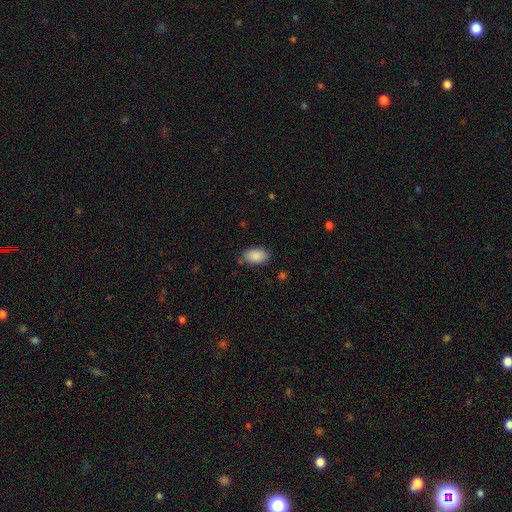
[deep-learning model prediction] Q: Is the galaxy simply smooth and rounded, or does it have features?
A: smooth — 89%.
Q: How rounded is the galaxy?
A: in between — 93%.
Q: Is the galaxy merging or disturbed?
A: none — 78%.